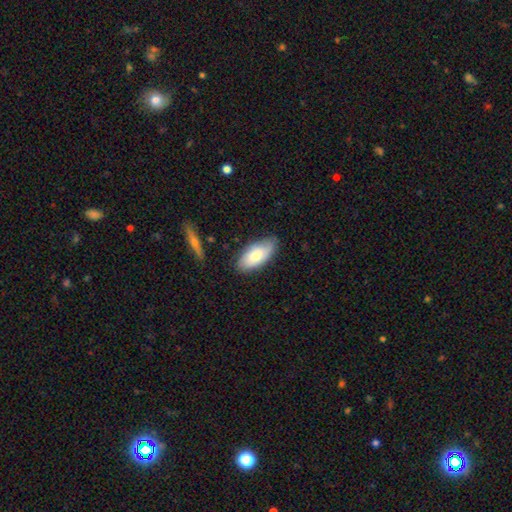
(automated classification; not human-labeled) smooth_or_featured: smooth (p=0.73) [alt: featured or disk p=0.21]
how_rounded: in between (p=0.90) [alt: cigar-shaped p=0.07]
merging: none (p=0.79) [alt: minor disturbance p=0.17]